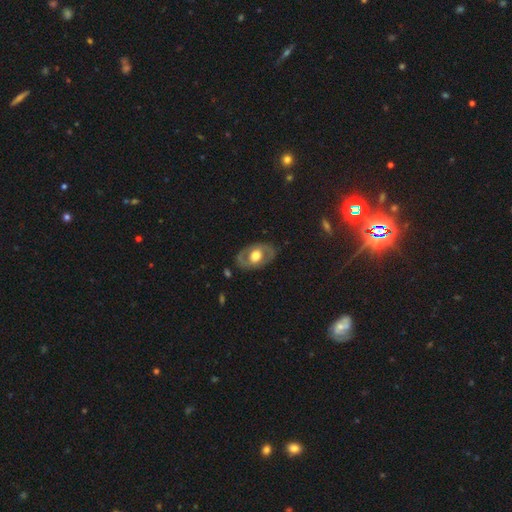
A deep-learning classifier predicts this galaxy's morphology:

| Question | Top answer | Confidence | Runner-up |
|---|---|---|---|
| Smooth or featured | featured or disk | 65% | smooth (30%) |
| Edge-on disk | no | 92% | yes (8%) |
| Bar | no | 74% | weak (20%) |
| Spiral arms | no | 62% | yes (38%) |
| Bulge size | moderate | 52% | large (41%) |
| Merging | none | 80% | minor disturbance (14%) |